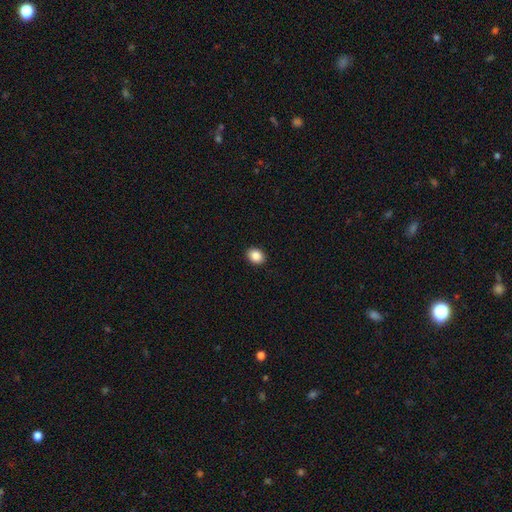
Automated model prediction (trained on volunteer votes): Q: Smooth or featured?
A: smooth (87%); runner-up: star or artifact (9%)
Q: How rounded?
A: in between (52%); runner-up: round (48%)
Q: Merging?
A: none (92%); runner-up: minor disturbance (6%)